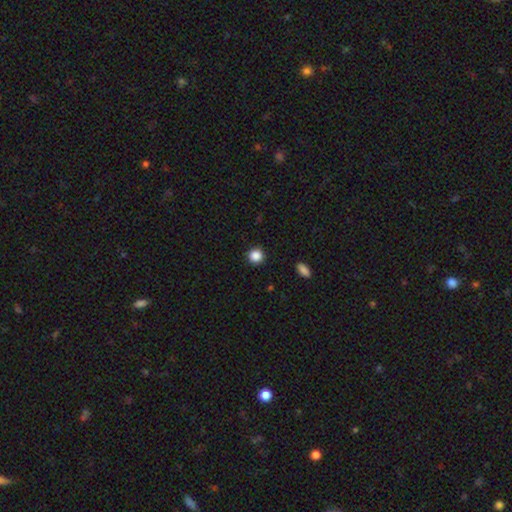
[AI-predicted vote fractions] Q: Smooth or featured?
A: smooth (86%); runner-up: star or artifact (11%)
Q: How rounded?
A: round (93%); runner-up: in between (6%)
Q: Merging?
A: none (91%); runner-up: minor disturbance (6%)